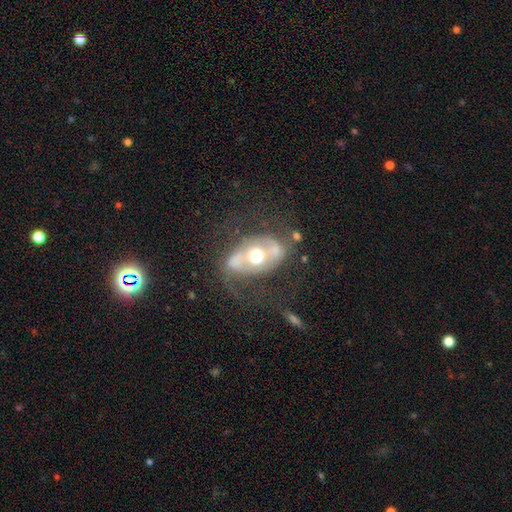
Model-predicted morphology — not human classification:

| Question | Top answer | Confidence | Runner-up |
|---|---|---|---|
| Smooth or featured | featured or disk | 70% | smooth (23%) |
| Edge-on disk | no | 93% | yes (7%) |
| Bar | no | 55% | weak (23%) |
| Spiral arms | yes | 54% | no (46%) |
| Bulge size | moderate | 62% | large (30%) |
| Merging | none | 52% | major disturbance (24%) |